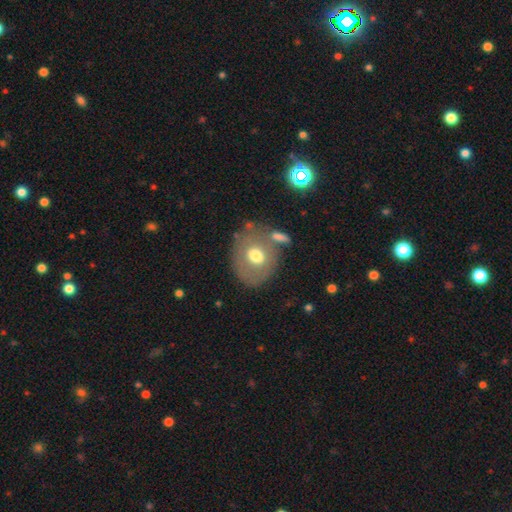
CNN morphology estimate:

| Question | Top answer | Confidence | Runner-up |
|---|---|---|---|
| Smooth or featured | smooth | 60% | featured or disk (31%) |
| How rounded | round | 53% | in between (46%) |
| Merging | none | 66% | minor disturbance (17%) |